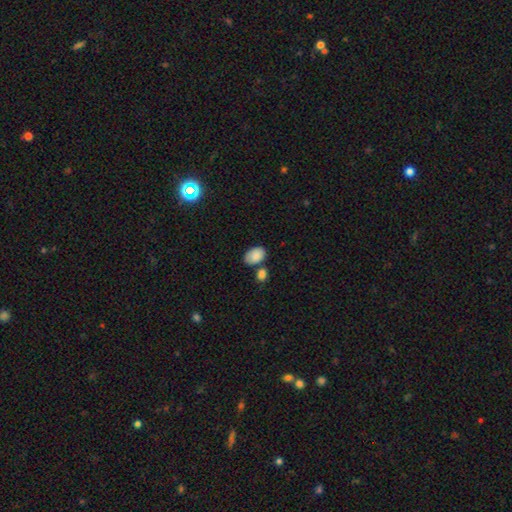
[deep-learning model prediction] smooth-or-featured: smooth: 86% | star or artifact: 8% | featured or disk: 7%
  how-rounded: in between: 90% | round: 9% | cigar-shaped: 1%
  merging: none: 60% | merger: 18% | minor disturbance: 17% | major disturbance: 5%